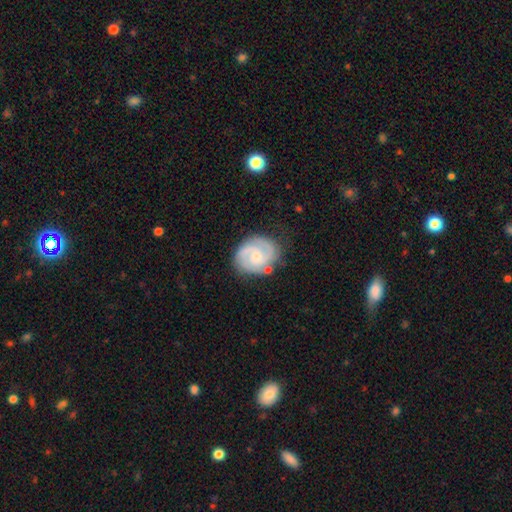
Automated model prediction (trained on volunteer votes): smooth-or-featured: featured or disk: 84% | smooth: 10% | star or artifact: 5%
  disk-edge-on: no: 98% | yes: 2%
    bar: no: 59% | weak: 35% | strong: 6%
    has-spiral-arms: yes: 97% | no: 3%
      spiral-winding: tight: 54% | medium: 40% | loose: 6%
      spiral-arm-count: 2: 79% | 3: 11% | can't tell: 5% | 1: 2% | 4: 2% | more than 4: 1%
    bulge-size: small: 59% | moderate: 35% | none: 4% | large: 2% | dominant: 1%
  merging: none: 78% | minor disturbance: 14% | merger: 4% | major disturbance: 4%